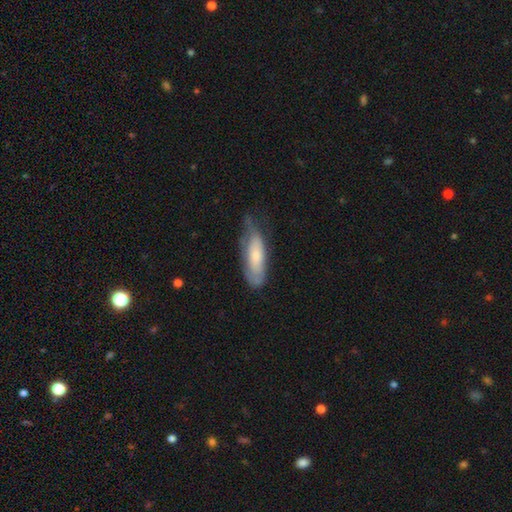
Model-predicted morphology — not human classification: Smooth or featured? smooth (62%)
How rounded? in between (56%)
Merging? none (45%)